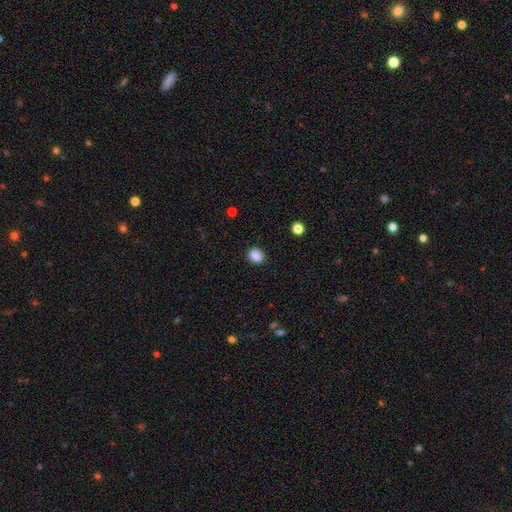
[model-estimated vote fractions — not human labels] Smooth or featured?
  - smooth: 87% *
  - star or artifact: 9%
  - featured or disk: 4%
How rounded?
  - round: 59% *
  - in between: 40%
  - cigar-shaped: 1%
Merging?
  - none: 88% *
  - minor disturbance: 9%
  - major disturbance: 2%
  - merger: 1%